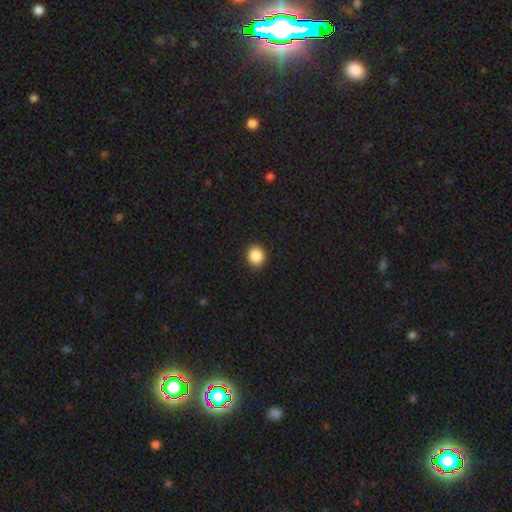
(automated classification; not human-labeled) This appears to be a smooth galaxy with no disk features (88%) that is round (79%). Merging: none (92%).